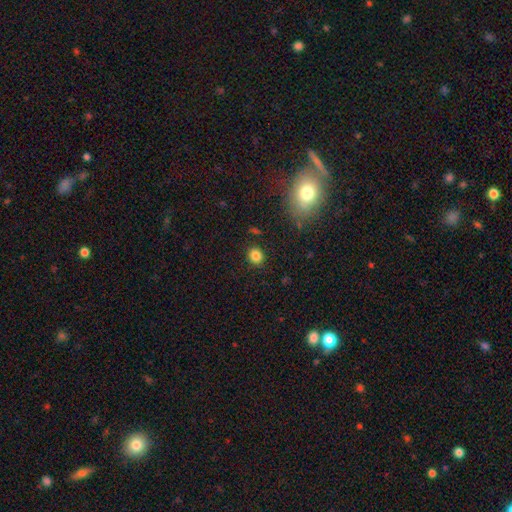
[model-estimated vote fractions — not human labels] Smooth or featured? Predicted: smooth (p=0.83). How rounded? Predicted: round (p=0.70). Merging? Predicted: none (p=0.88).